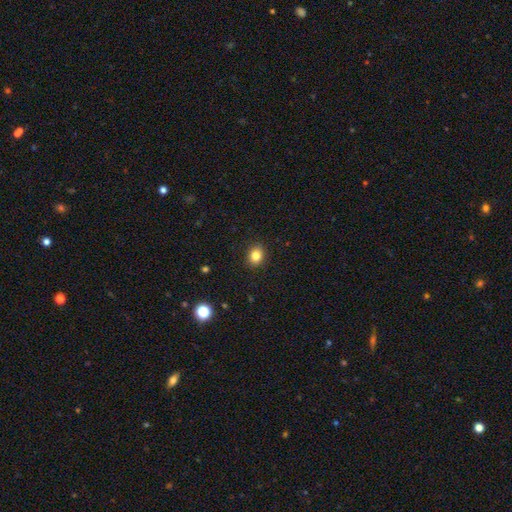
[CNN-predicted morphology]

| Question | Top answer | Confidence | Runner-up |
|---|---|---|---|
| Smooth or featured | smooth | 83% | star or artifact (11%) |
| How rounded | round | 57% | in between (42%) |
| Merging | none | 90% | minor disturbance (7%) |